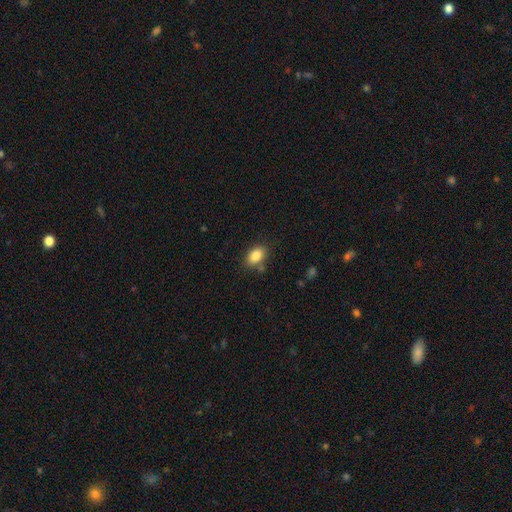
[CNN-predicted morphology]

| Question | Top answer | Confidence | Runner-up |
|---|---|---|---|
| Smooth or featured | smooth | 85% | star or artifact (9%) |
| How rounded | in between | 84% | round (14%) |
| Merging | none | 77% | minor disturbance (14%) |